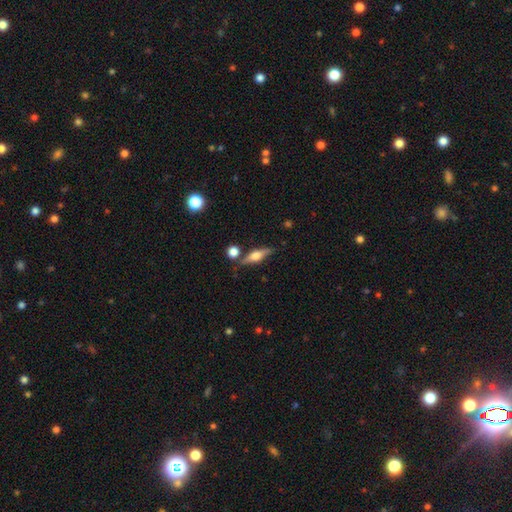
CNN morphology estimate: featured or disk 59%, smooth 34%, star or artifact 7%. Down the decision tree: edge-on disk — yes (94%); edge-on bulge — rounded (90%); merging — none (76%).